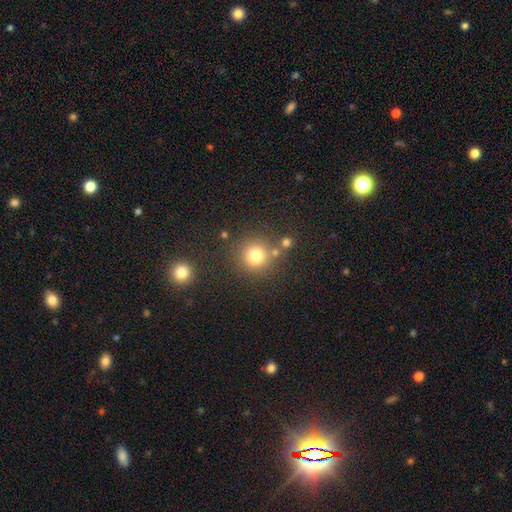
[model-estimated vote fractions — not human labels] Smooth or featured: smooth — 78% (star or artifact — 14%)
How rounded: round — 93% (in between — 6%)
Merging: none — 77% (merger — 10%)